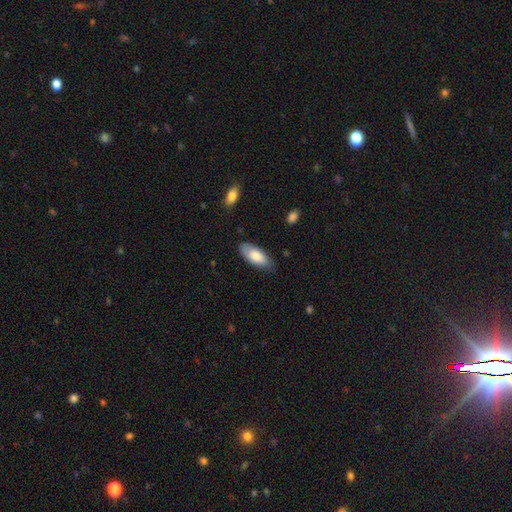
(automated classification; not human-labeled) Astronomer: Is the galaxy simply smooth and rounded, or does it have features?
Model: smooth — 78%.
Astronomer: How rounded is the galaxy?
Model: in between — 85%.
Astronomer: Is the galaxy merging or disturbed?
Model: none — 76%.